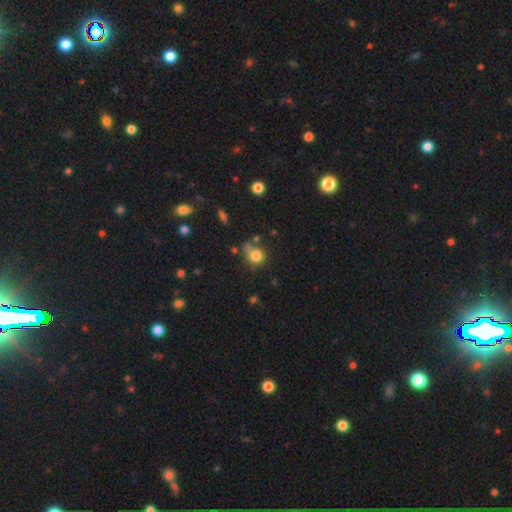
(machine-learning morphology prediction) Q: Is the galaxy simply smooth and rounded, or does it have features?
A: smooth — 78%.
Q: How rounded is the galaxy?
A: round — 73%.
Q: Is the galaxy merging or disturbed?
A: none — 49%.